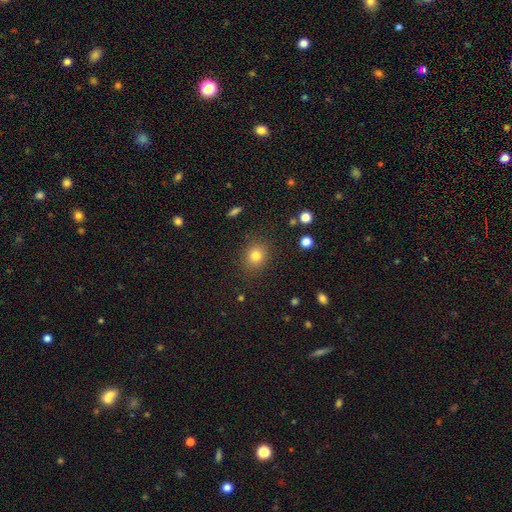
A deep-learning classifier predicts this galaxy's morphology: smooth_or_featured: smooth (p=0.79) [alt: star or artifact p=0.13]
how_rounded: round (p=0.72) [alt: in between p=0.27]
merging: none (p=0.88) [alt: minor disturbance p=0.08]